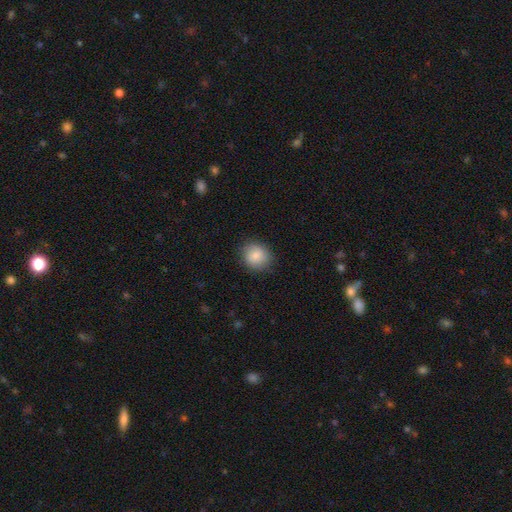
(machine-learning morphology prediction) This appears to be a smooth galaxy with no disk features (85%) that is round (82%). Merging: none (87%).